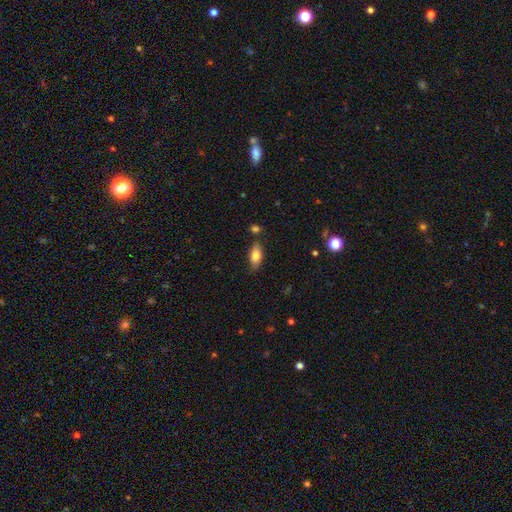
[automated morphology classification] This appears to be a smooth galaxy with no disk features (76%) that is in between round and cigar-shaped (83%). Merging: none (75%).